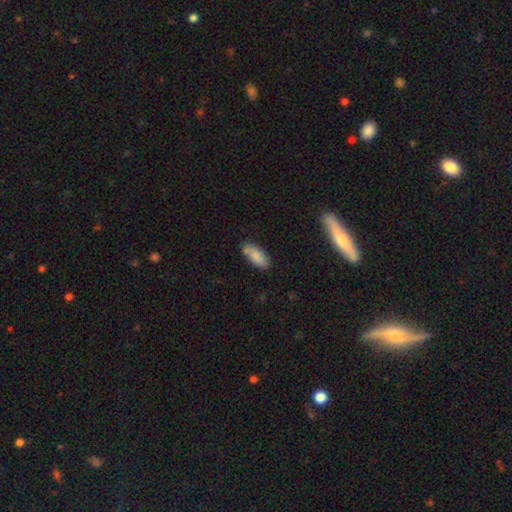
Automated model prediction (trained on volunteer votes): smooth 82%, featured or disk 12%, star or artifact 7%. Down the decision tree: how rounded — in between (86%); merging — none (70%).